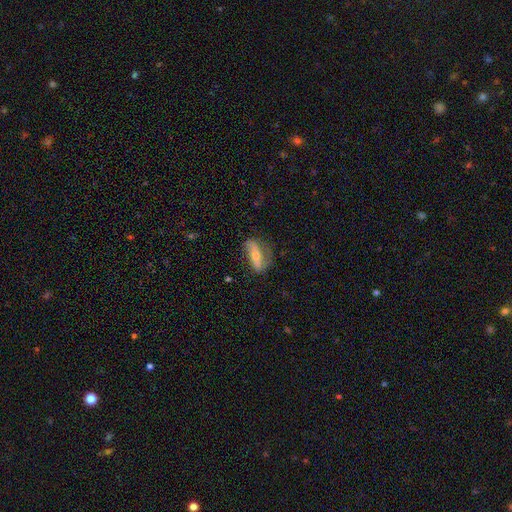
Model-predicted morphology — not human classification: Smooth or featured?
  - featured or disk: 66% *
  - smooth: 26%
  - star or artifact: 8%
Edge-on disk?
  - no: 86% *
  - yes: 14%
Bar?
  - no: 38% *
  - strong: 36%
  - weak: 25%
Spiral arms?
  - yes: 80% *
  - no: 20%
Bulge size?
  - moderate: 52% *
  - small: 43%
  - large: 3%
  - none: 2%
  - dominant: 1%
Merging?
  - none: 66% *
  - minor disturbance: 22%
  - major disturbance: 10%
  - merger: 3%